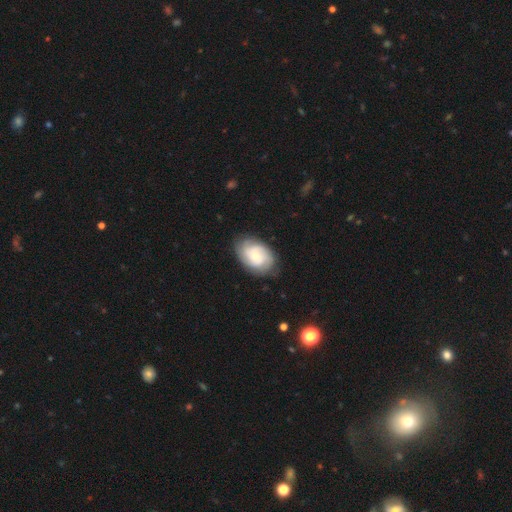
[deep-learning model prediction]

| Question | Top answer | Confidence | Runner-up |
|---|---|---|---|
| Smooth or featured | featured or disk | 61% | smooth (33%) |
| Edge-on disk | no | 97% | yes (3%) |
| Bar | no | 69% | weak (27%) |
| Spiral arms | yes | 91% | no (9%) |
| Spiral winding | tight | 57% | medium (33%) |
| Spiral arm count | can't tell | 37% | 2 (24%) |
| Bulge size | small | 55% | moderate (35%) |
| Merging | none | 78% | minor disturbance (16%) |